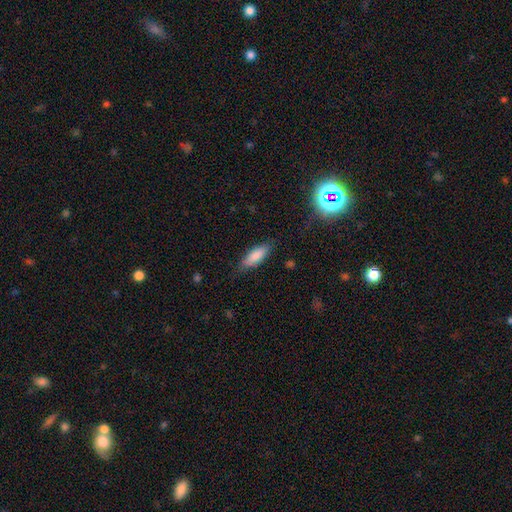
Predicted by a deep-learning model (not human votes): smooth 83%, featured or disk 10%, star or artifact 7%. Down the decision tree: how rounded — in between (65%); merging — none (76%).